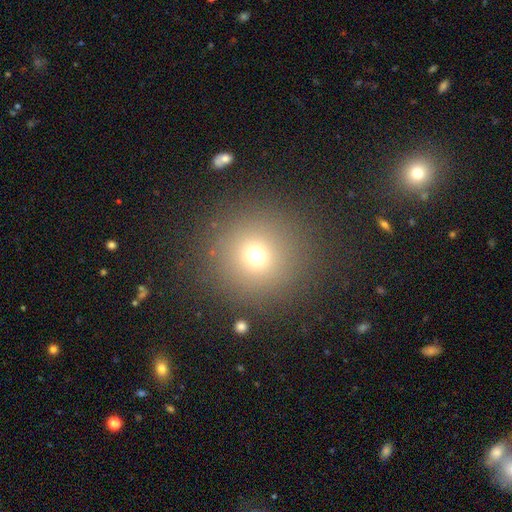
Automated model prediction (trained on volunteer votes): Q: Smooth or featured?
A: smooth (70%); runner-up: star or artifact (20%)
Q: How rounded?
A: round (95%); runner-up: in between (4%)
Q: Merging?
A: none (88%); runner-up: minor disturbance (6%)